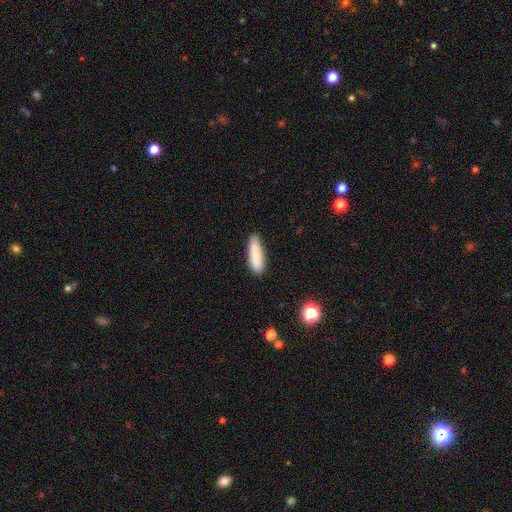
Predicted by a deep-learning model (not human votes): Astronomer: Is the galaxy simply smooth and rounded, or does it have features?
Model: smooth — 84%.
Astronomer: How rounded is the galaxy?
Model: cigar-shaped — 56% (runner-up: in between, 42%).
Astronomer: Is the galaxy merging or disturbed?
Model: none — 82%.